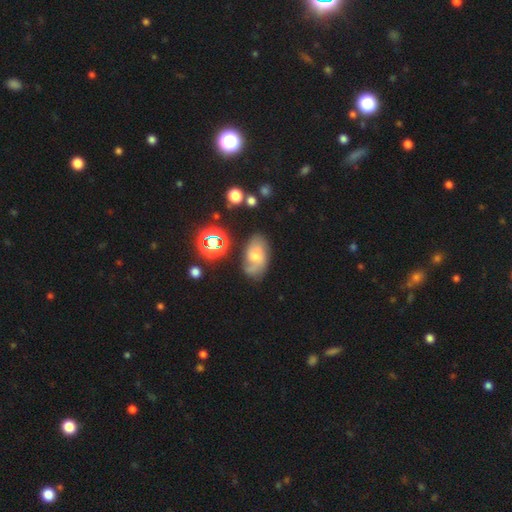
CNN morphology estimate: type=featured or disk (52%); edge-on=no (95%); merging=none (55%).